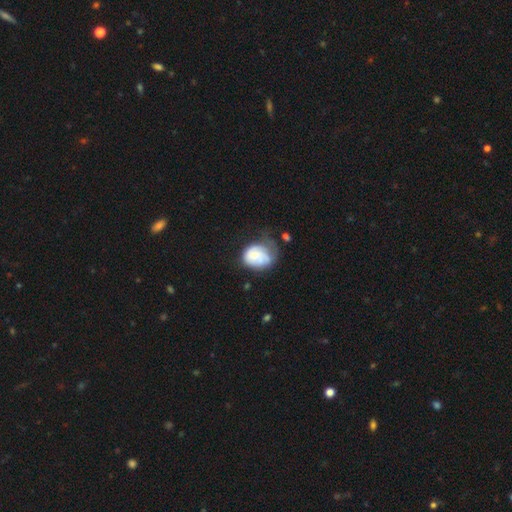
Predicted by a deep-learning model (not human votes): Overall: smooth (60%; featured or disk 32%). How rounded: round (50%; in between 49%). Merging: minor disturbance (37%; major disturbance 29%).